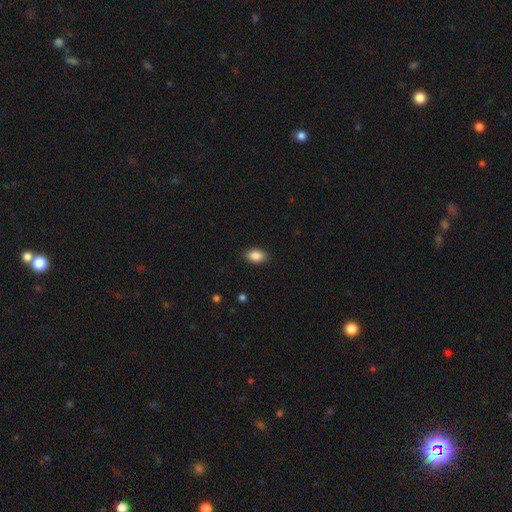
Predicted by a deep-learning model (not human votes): This appears to be a smooth galaxy with no disk features (88%) that is in between round and cigar-shaped (86%). Merging: none (88%).